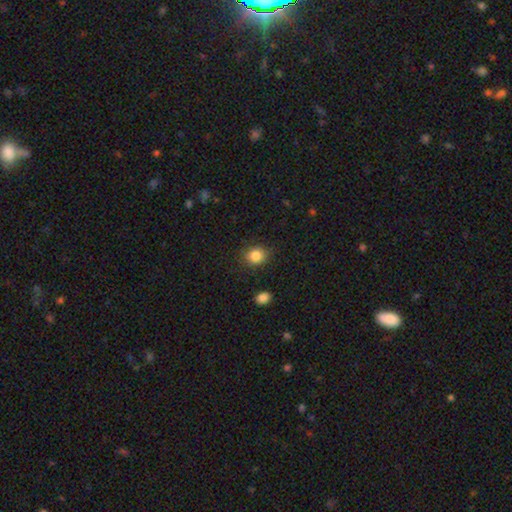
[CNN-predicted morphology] smooth_or_featured: smooth (p=0.85) [alt: star or artifact p=0.10]
how_rounded: round (p=0.74) [alt: in between p=0.25]
merging: none (p=0.86) [alt: minor disturbance p=0.10]